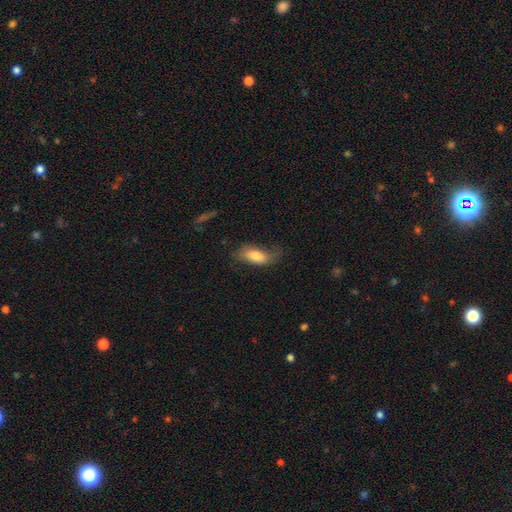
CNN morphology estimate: The model was most divided on "merging": none: 52%, minor disturbance: 29%, major disturbance: 17%, merger: 2%. More confident: how rounded — in between (83%); smooth or featured — smooth (74%).